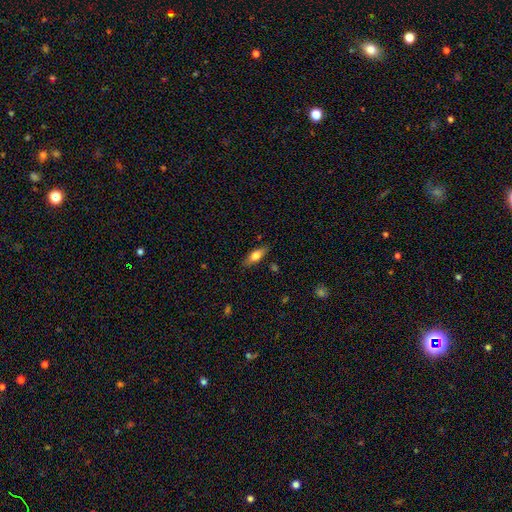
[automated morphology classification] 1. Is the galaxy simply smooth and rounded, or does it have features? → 69% smooth, 24% featured or disk, 7% star or artifact.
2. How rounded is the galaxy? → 70% in between, 26% cigar-shaped, 4% round.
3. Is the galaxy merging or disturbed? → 83% none, 13% minor disturbance, 3% major disturbance, 1% merger.